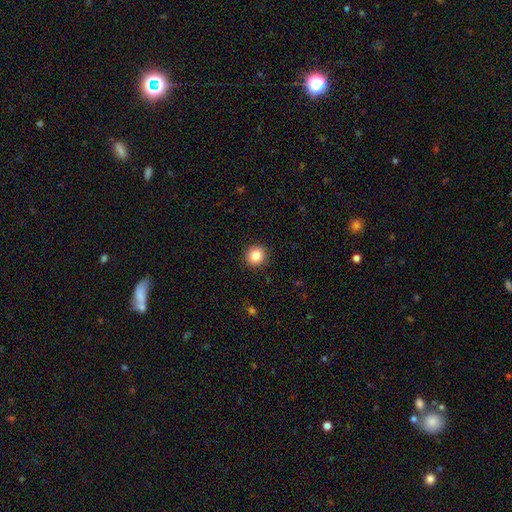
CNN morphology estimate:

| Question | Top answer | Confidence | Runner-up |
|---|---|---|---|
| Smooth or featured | smooth | 85% | star or artifact (10%) |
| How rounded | round | 91% | in between (8%) |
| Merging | none | 92% | minor disturbance (5%) |